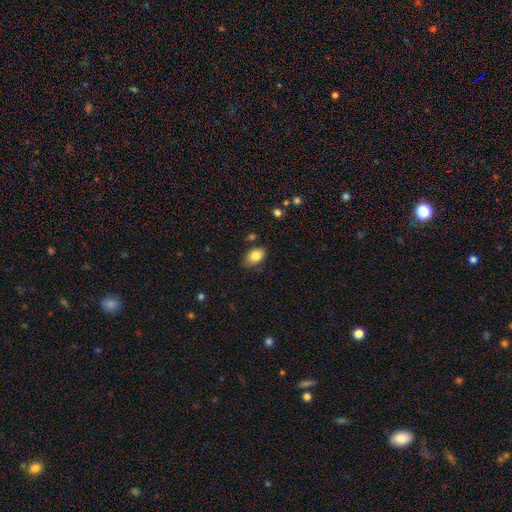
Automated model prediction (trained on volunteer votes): Smooth or featured? smooth (83%)
How rounded? in between (81%)
Merging? none (74%)